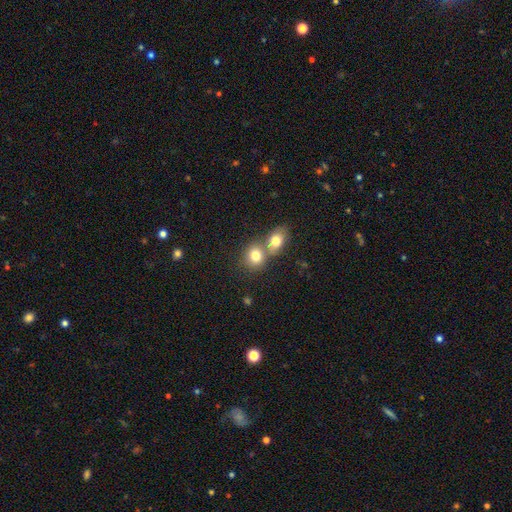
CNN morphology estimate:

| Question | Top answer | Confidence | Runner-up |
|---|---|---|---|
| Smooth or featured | smooth | 79% | featured or disk (11%) |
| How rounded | round | 64% | in between (35%) |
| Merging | merger | 51% | none (38%) |